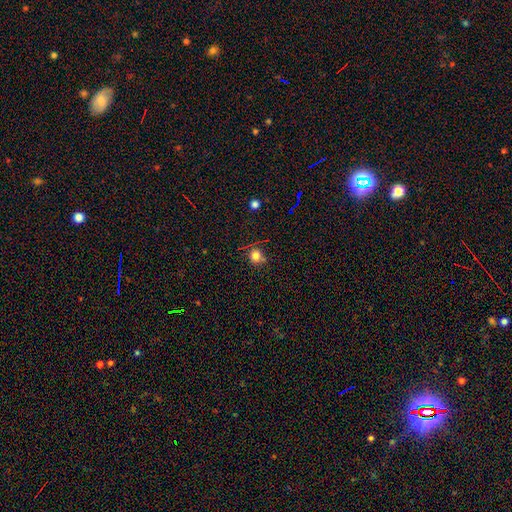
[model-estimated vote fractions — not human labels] Morphology: type=smooth (78%); roundness=round (89%); merging=none (74%).